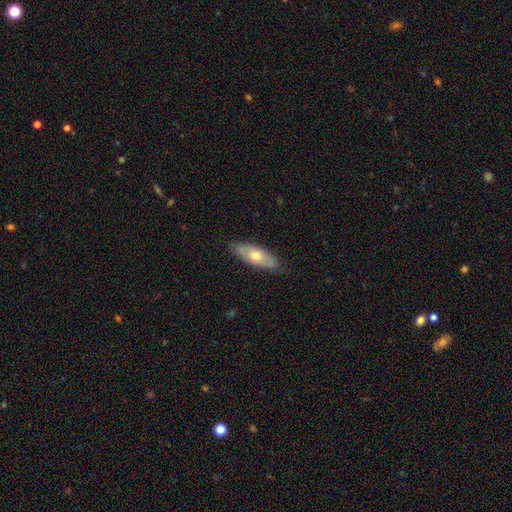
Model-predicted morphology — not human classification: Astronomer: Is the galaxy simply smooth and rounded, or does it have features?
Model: smooth — 53% (runner-up: featured or disk, 41%).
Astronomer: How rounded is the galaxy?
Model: in between — 70%.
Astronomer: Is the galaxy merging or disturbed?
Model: none — 83%.